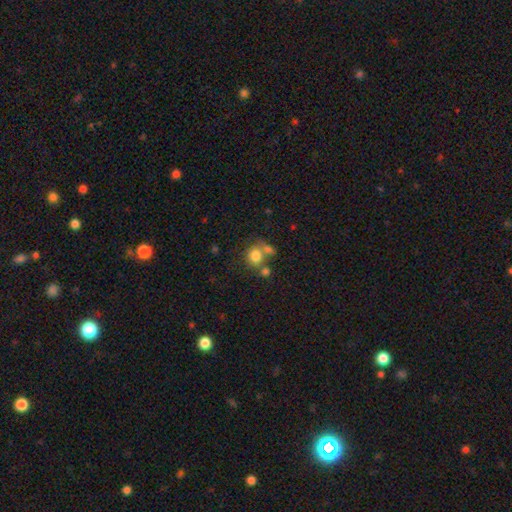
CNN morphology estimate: Smooth or featured? smooth (78%)
How rounded? round (65%)
Merging? none (46%)